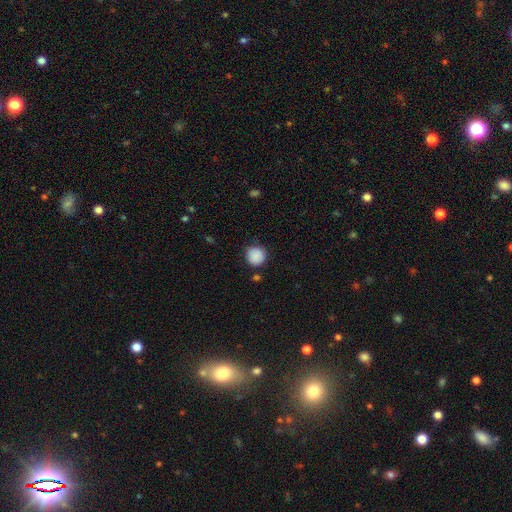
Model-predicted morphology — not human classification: smooth 88%, star or artifact 8%, featured or disk 4%. Down the decision tree: how rounded — round (91%); merging — none (78%).